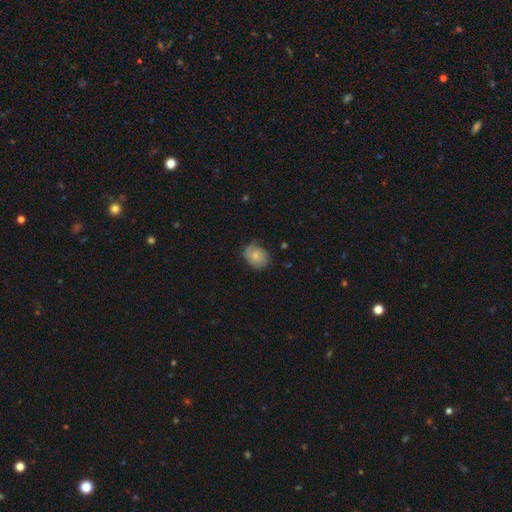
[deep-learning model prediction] This appears to be a smooth galaxy with no disk features (63%) that is round (50%). Merging: none (60%).